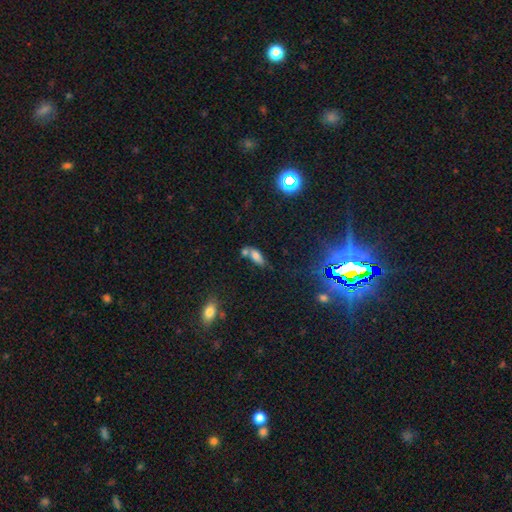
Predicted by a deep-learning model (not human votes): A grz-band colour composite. It shows a smooth galaxy with no disk features (70%) that is in between round and cigar-shaped (82%). Merging: merger (45%).